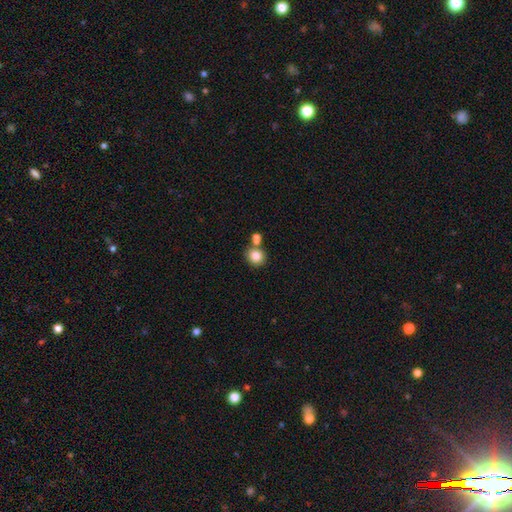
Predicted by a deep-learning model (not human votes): smooth_or_featured: smooth (p=0.83) [alt: star or artifact p=0.10]
how_rounded: round (p=0.83) [alt: in between p=0.16]
merging: none (p=0.60) [alt: merger p=0.27]